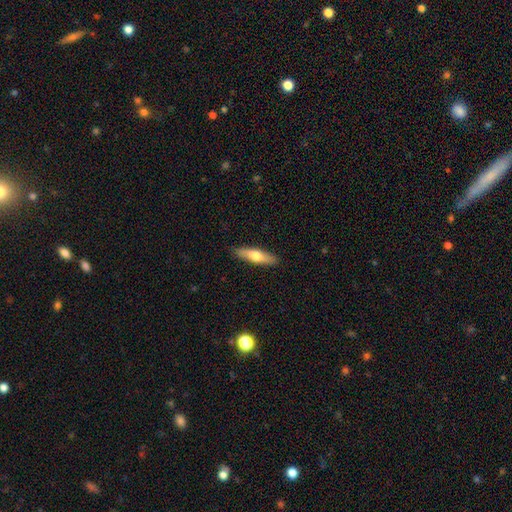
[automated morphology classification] Smooth or featured: smooth — 62% (featured or disk — 33%)
How rounded: cigar-shaped — 68% (in between — 30%)
Merging: none — 89% (minor disturbance — 8%)